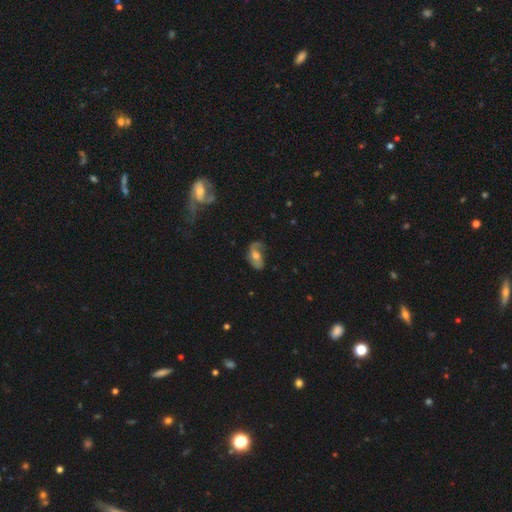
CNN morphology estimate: smooth_or_featured: featured or disk (p=0.63) [alt: smooth p=0.29]
disk_edge_on: no (p=0.95) [alt: yes p=0.05]
bar: no (p=0.58) [alt: weak p=0.32]
has_spiral_arms: yes (p=0.84) [alt: no p=0.16]
spiral_winding: loose (p=0.47) [alt: medium p=0.36]
spiral_arm_count: 2 (p=0.64) [alt: 1 p=0.24]
bulge_size: moderate (p=0.65) [alt: small p=0.23]
merging: none (p=0.51) [alt: minor disturbance p=0.27]